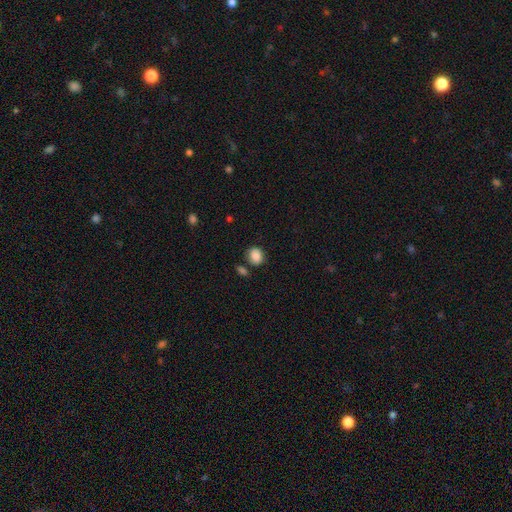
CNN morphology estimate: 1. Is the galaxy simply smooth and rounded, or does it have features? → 87% smooth, 9% star or artifact, 4% featured or disk.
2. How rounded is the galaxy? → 55% round, 44% in between, 1% cigar-shaped.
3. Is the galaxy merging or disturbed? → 72% none, 14% minor disturbance, 10% merger, 4% major disturbance.